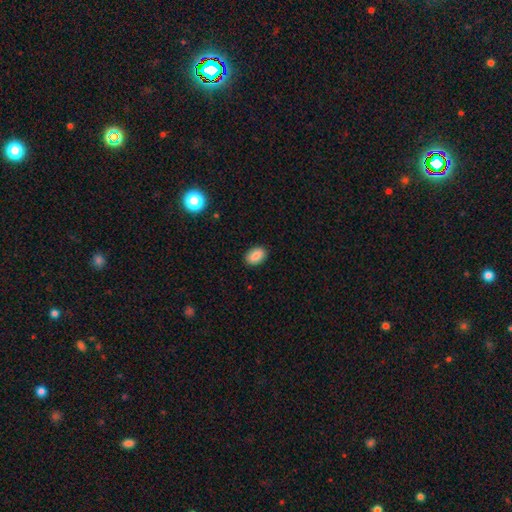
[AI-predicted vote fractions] A smooth galaxy with no disk features (85%) that is in between round and cigar-shaped (87%). Merging: none (89%).